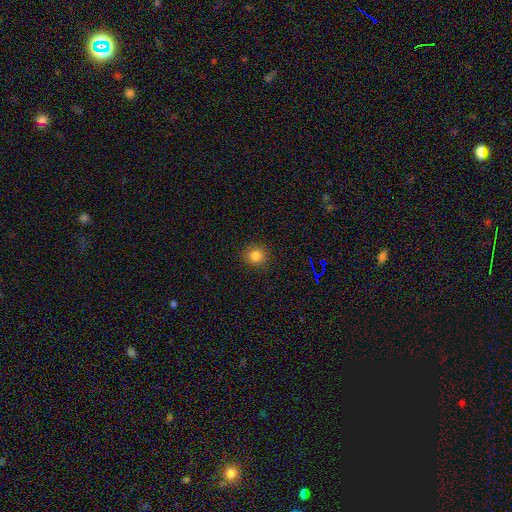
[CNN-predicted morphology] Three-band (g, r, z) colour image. It shows a smooth galaxy with no disk features (82%) that is round (89%). Merging: none (90%).